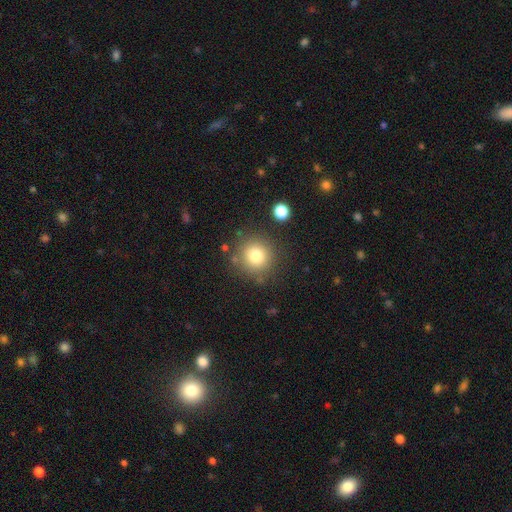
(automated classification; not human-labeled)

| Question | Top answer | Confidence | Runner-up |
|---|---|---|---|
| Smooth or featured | smooth | 79% | star or artifact (12%) |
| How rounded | round | 93% | in between (6%) |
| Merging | none | 82% | minor disturbance (10%) |